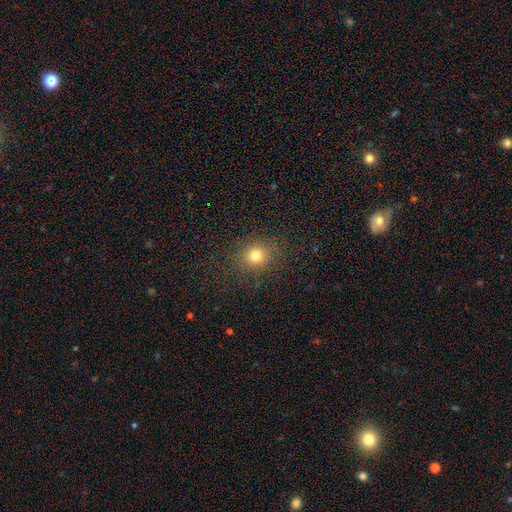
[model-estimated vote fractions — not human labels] The model was most divided on "how rounded": round: 76%, in between: 23%, cigar-shaped: 1%. More confident: merging — none (86%); smooth or featured — smooth (76%).